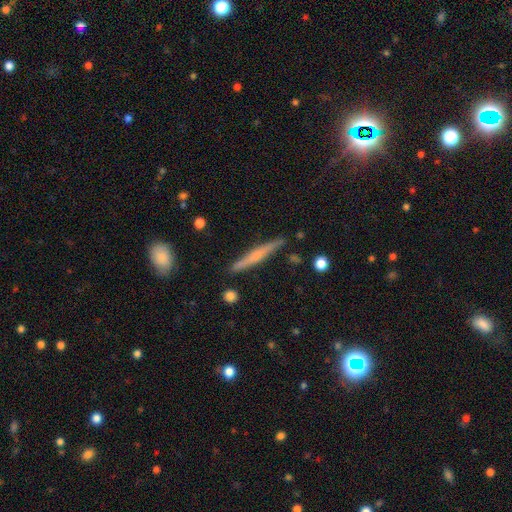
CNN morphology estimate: Overall: featured or disk (58%; smooth 36%). Edge-on disk: yes (97%). Edge-on bulge: rounded (61%; none 30%). Merging: none (88%).